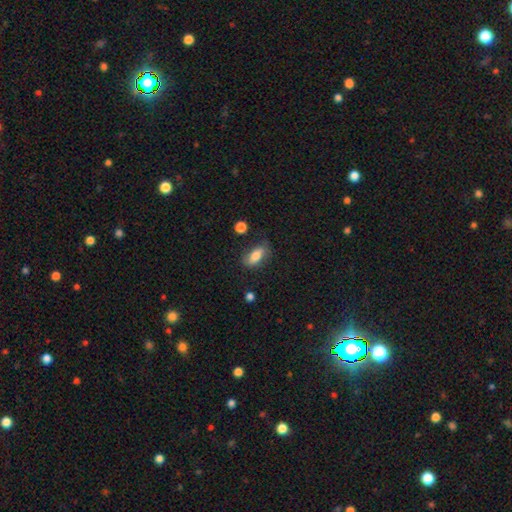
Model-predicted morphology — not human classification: The model was most divided on "merging": none: 67%, minor disturbance: 23%, major disturbance: 7%, merger: 3%. More confident: how rounded — in between (81%); smooth or featured — smooth (74%).